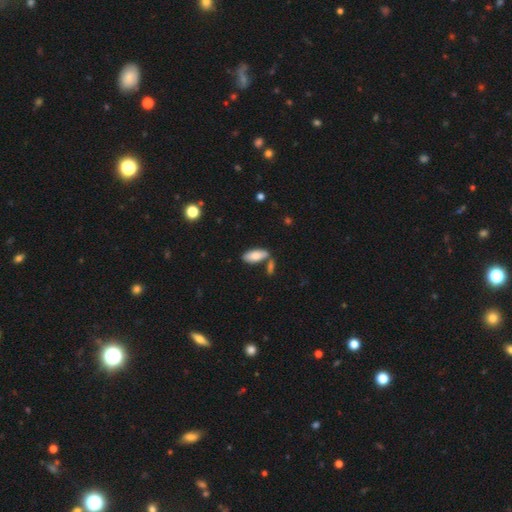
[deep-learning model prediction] The model was most divided on "merging": none: 63%, merger: 19%, minor disturbance: 14%, major disturbance: 4%. More confident: how rounded — in between (84%); smooth or featured — smooth (81%).